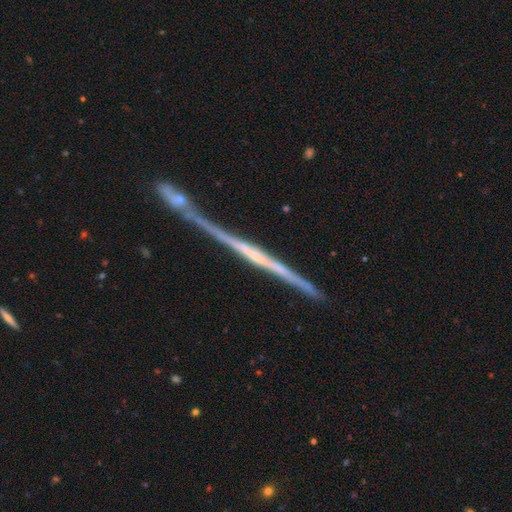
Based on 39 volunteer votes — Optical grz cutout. It shows a featured or disk galaxy (92%) viewed edge-on (100%) with no central bulge (53%). Merging: none (41%, tied with merger).